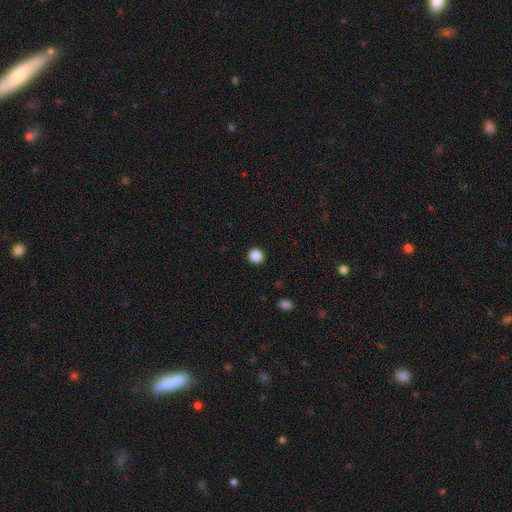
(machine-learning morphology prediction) smooth_or_featured: smooth (p=0.87) [alt: star or artifact p=0.10]
how_rounded: round (p=0.93) [alt: in between p=0.06]
merging: none (p=0.93) [alt: minor disturbance p=0.05]